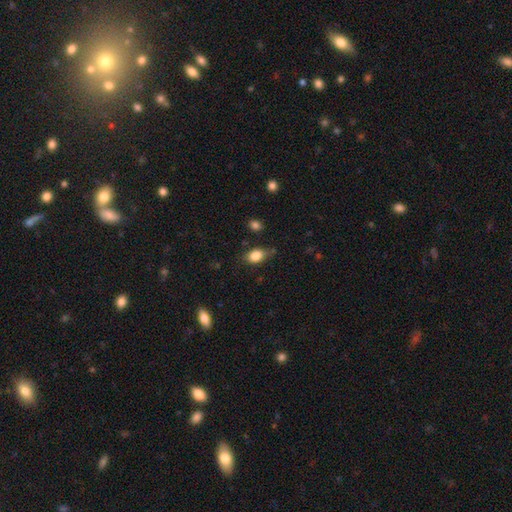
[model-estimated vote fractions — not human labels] Q: Smooth or featured?
A: smooth (85%); runner-up: star or artifact (9%)
Q: How rounded?
A: in between (80%); runner-up: round (18%)
Q: Merging?
A: none (70%); runner-up: minor disturbance (22%)